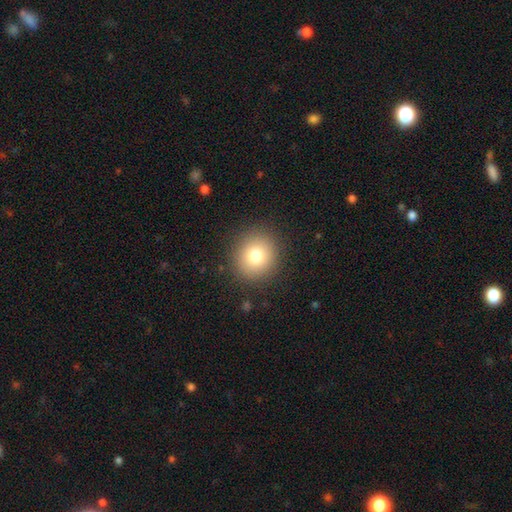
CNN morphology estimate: smooth_or_featured: smooth (p=0.78) [alt: star or artifact p=0.12]
how_rounded: round (p=0.89) [alt: in between p=0.10]
merging: none (p=0.89) [alt: minor disturbance p=0.07]